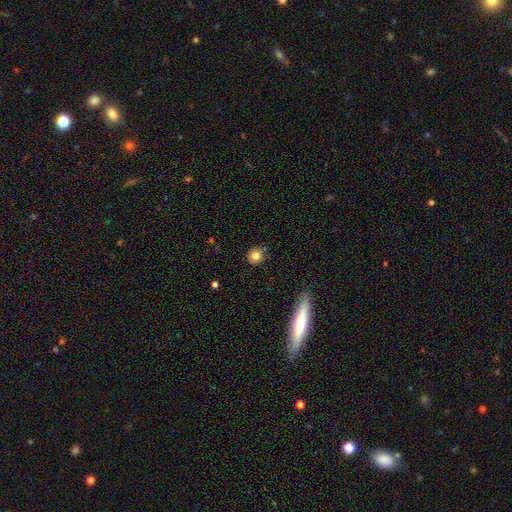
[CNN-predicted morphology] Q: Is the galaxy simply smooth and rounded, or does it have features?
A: smooth — 81%.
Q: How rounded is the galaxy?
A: round — 92%.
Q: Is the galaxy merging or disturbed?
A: none — 87%.